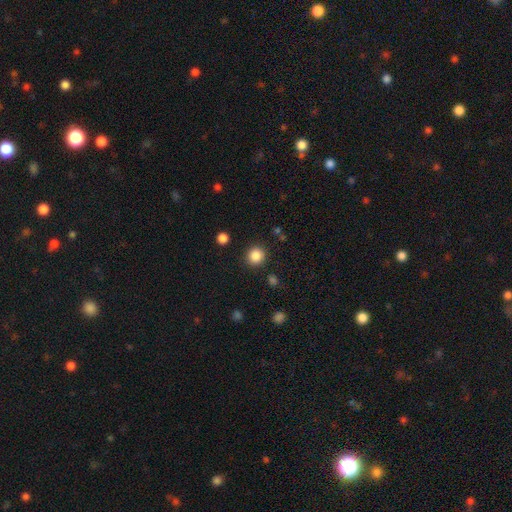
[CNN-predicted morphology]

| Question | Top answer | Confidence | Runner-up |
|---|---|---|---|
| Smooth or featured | smooth | 86% | star or artifact (11%) |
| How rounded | round | 91% | in between (8%) |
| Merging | none | 89% | minor disturbance (6%) |